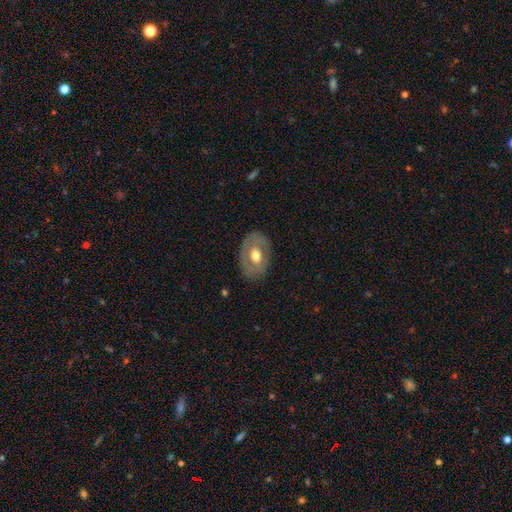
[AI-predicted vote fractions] Smooth or featured?
  - featured or disk: 47% * (tied)
  - smooth: 47% * (tied)
  - star or artifact: 6%
Merging?
  - none: 80% *
  - minor disturbance: 14%
  - major disturbance: 5%
  - merger: 1%